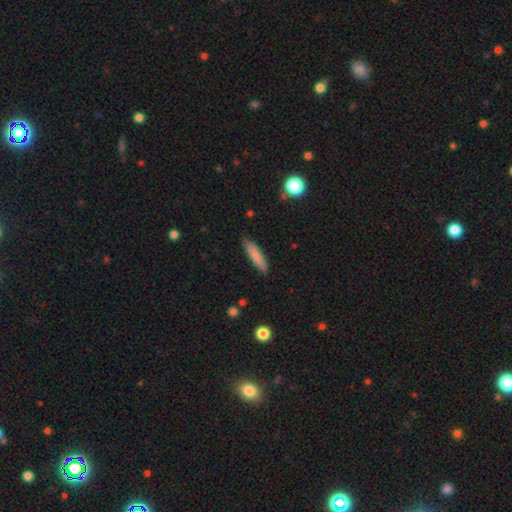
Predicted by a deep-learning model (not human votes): A smooth galaxy with no disk features (82%) that is cigar-shaped (82%). Merging: none (88%).